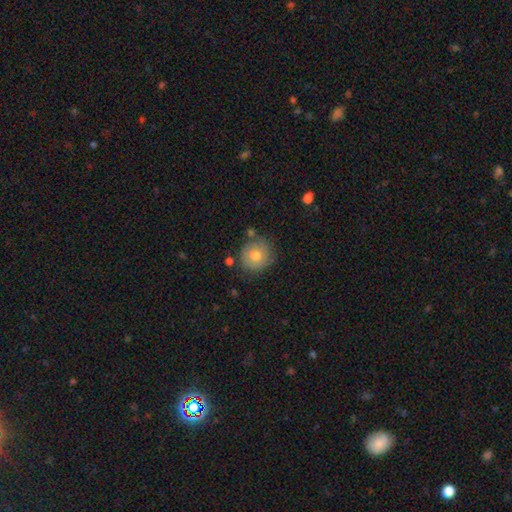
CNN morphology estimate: Smooth or featured: smooth — 73% (featured or disk — 18%)
How rounded: round — 87% (in between — 12%)
Merging: none — 75% (minor disturbance — 16%)